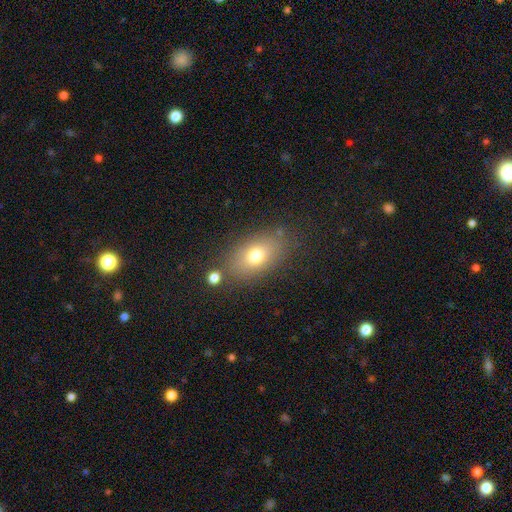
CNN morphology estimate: Smooth or featured: smooth — 73% (featured or disk — 15%)
How rounded: in between — 82% (round — 15%)
Merging: none — 77% (minor disturbance — 12%)